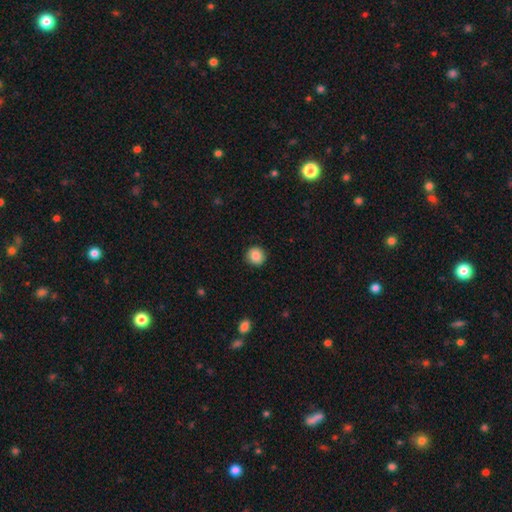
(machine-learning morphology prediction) This appears to be a smooth galaxy with no disk features (87%) that is round (92%). Merging: none (91%).